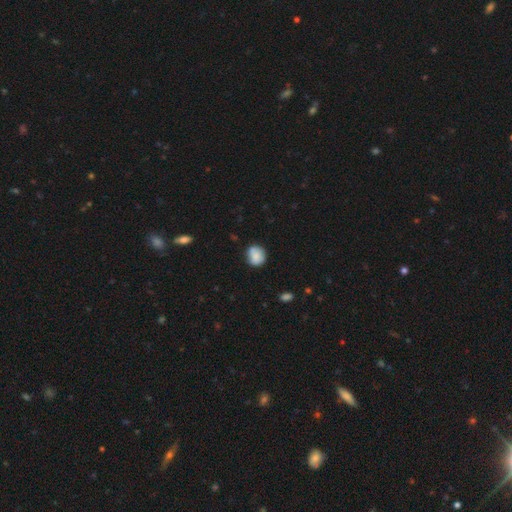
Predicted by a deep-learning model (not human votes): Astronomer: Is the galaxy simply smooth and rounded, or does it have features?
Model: smooth — 81%.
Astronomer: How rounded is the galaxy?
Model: round — 76%.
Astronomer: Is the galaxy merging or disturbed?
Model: none — 65%.